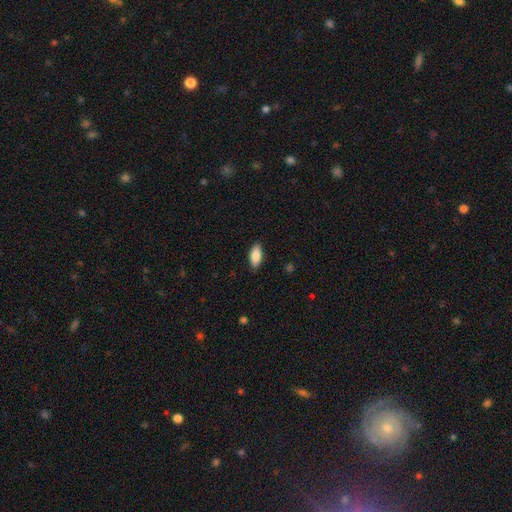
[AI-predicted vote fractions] smooth 85%, featured or disk 9%, star or artifact 6%. Down the decision tree: how rounded — in between (85%); merging — none (86%).